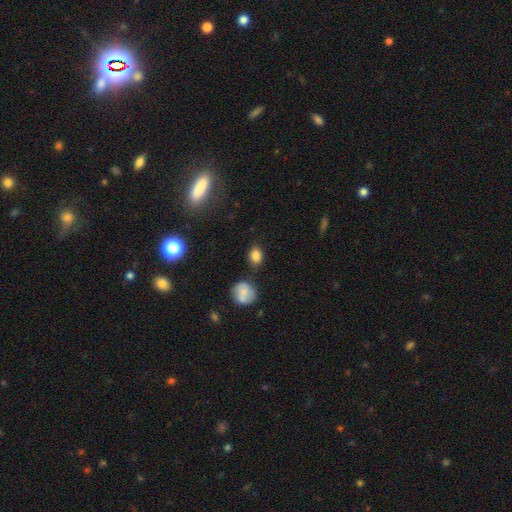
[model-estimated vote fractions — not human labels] This is clearly a smooth galaxy (82%). How rounded: possibly in between (60%). Merging: likely none (77%).